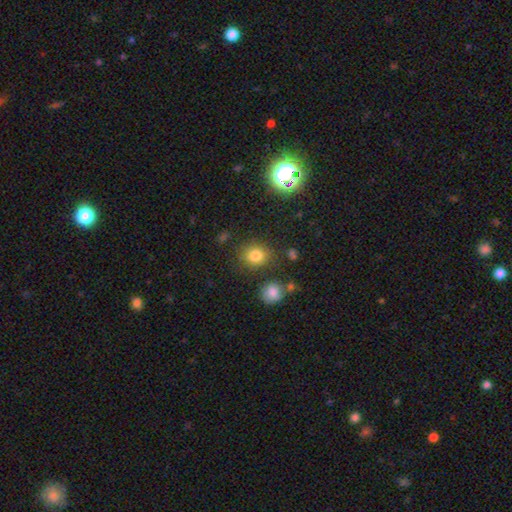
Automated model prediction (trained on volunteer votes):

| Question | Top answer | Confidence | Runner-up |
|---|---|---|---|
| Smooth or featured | smooth | 79% | star or artifact (15%) |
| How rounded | round | 76% | in between (23%) |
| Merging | none | 79% | minor disturbance (11%) |